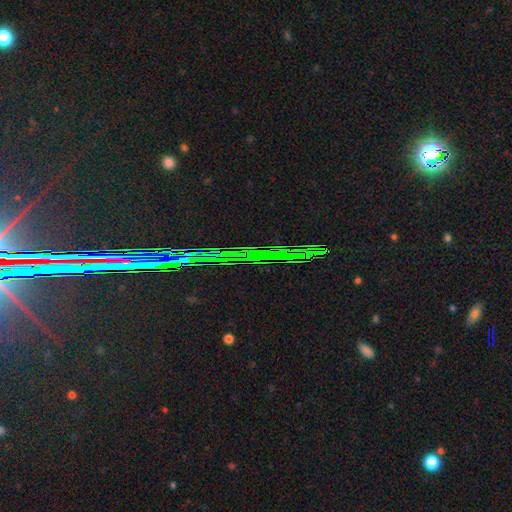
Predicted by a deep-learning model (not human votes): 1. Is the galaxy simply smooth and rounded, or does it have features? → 80% star or artifact, 11% featured or disk, 8% smooth.